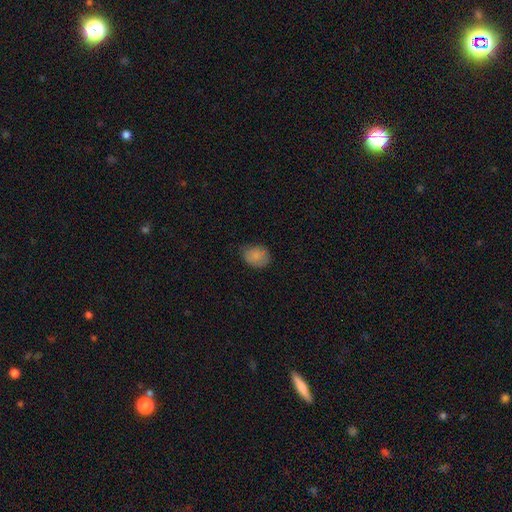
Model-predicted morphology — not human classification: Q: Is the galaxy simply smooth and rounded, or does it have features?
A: smooth — 84%.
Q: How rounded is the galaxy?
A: in between — 58%.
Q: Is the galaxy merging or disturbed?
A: none — 66%.